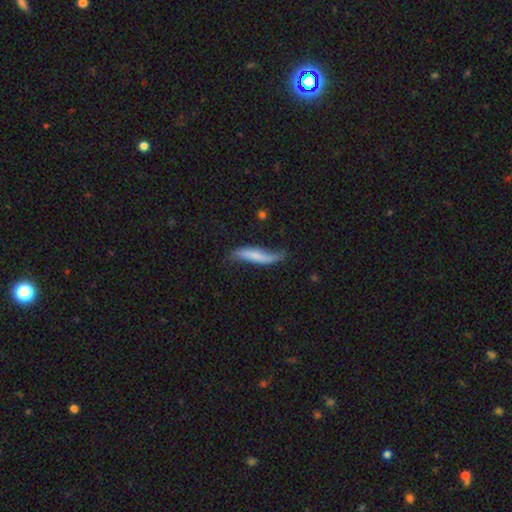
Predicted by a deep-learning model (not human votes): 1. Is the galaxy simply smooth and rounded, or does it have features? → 51% smooth, 43% featured or disk, 7% star or artifact.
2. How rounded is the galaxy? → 81% cigar-shaped, 17% in between, 2% round.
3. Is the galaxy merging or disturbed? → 46% none, 35% minor disturbance, 15% major disturbance, 4% merger.